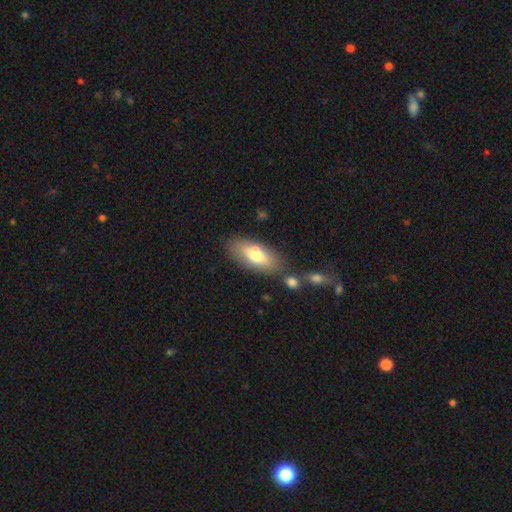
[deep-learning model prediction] smooth 69%, featured or disk 24%, star or artifact 7%. Down the decision tree: how rounded — in between (82%); merging — none (73%).